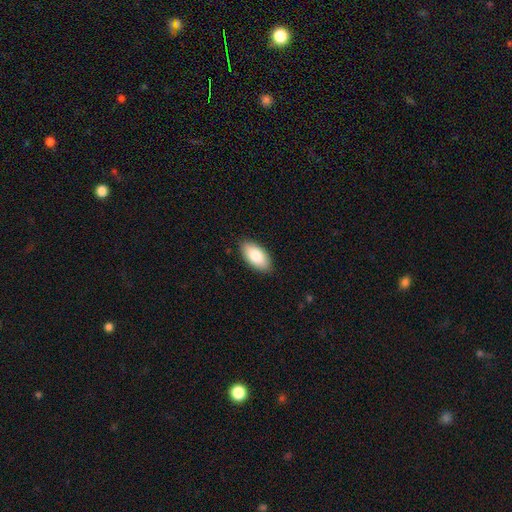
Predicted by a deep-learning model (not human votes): smooth 83%, featured or disk 11%, star or artifact 6%. Down the decision tree: how rounded — in between (94%); merging — none (88%).